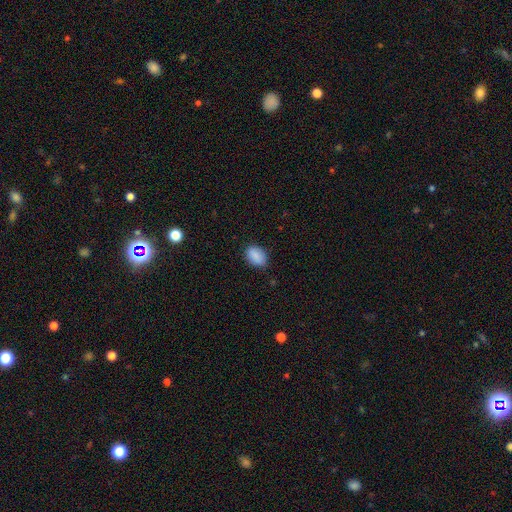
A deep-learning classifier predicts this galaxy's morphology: smooth_or_featured: smooth (p=0.88) [alt: star or artifact p=0.08]
how_rounded: in between (p=0.77) [alt: round p=0.21]
merging: none (p=0.81) [alt: minor disturbance p=0.15]